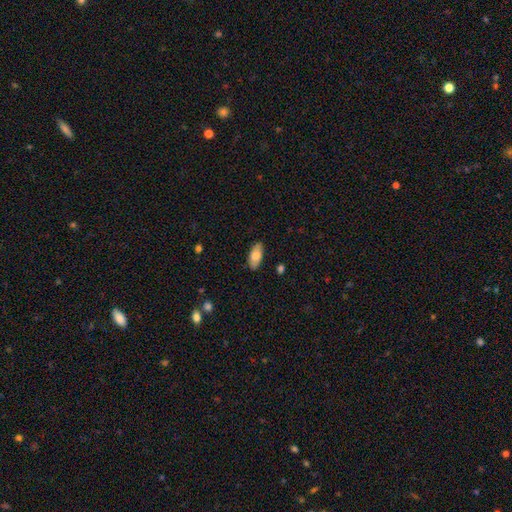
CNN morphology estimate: smooth-or-featured: smooth: 73% | featured or disk: 21% | star or artifact: 6%
  how-rounded: in between: 89% | cigar-shaped: 8% | round: 2%
  merging: none: 86% | minor disturbance: 11% | major disturbance: 2% | merger: 1%